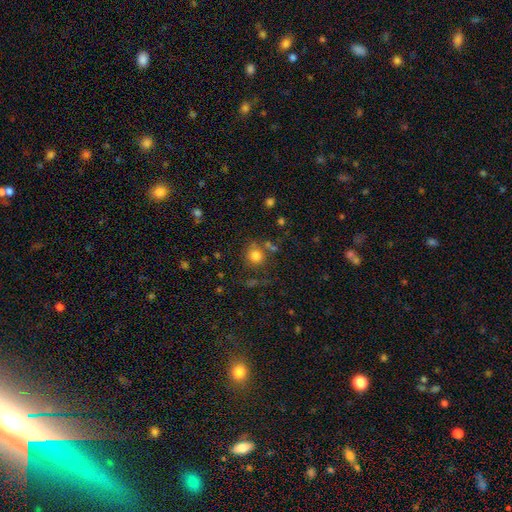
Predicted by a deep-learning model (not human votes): Smooth or featured?
  - smooth: 79% *
  - star or artifact: 13%
  - featured or disk: 8%
How rounded?
  - round: 87% *
  - in between: 12%
  - cigar-shaped: 1%
Merging?
  - none: 69% *
  - minor disturbance: 14%
  - merger: 10%
  - major disturbance: 8%